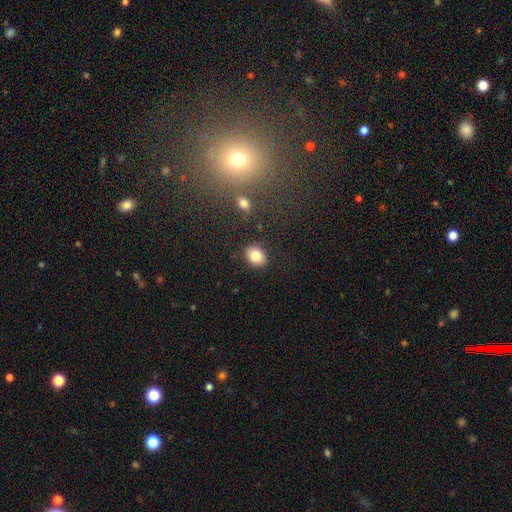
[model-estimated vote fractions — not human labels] Smooth or featured?
  - smooth: 83% *
  - star or artifact: 9%
  - featured or disk: 8%
How rounded?
  - round: 60% *
  - in between: 39%
  - cigar-shaped: 1%
Merging?
  - none: 87% *
  - minor disturbance: 8%
  - major disturbance: 2%
  - merger: 2%